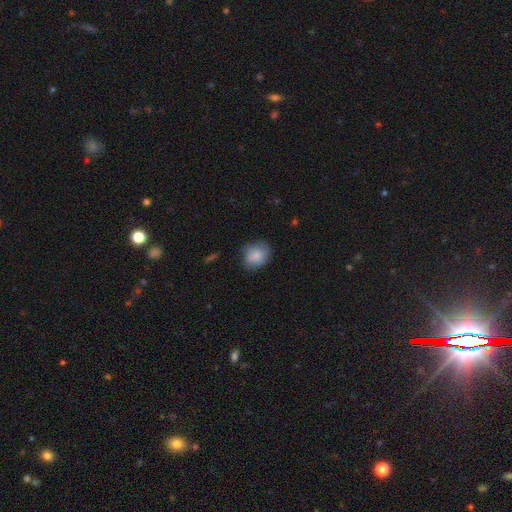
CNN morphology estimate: Smooth or featured?
  - smooth: 85% *
  - featured or disk: 8%
  - star or artifact: 7%
How rounded?
  - round: 66% *
  - in between: 33%
  - cigar-shaped: 1%
Merging?
  - none: 69% *
  - minor disturbance: 24%
  - major disturbance: 5%
  - merger: 2%